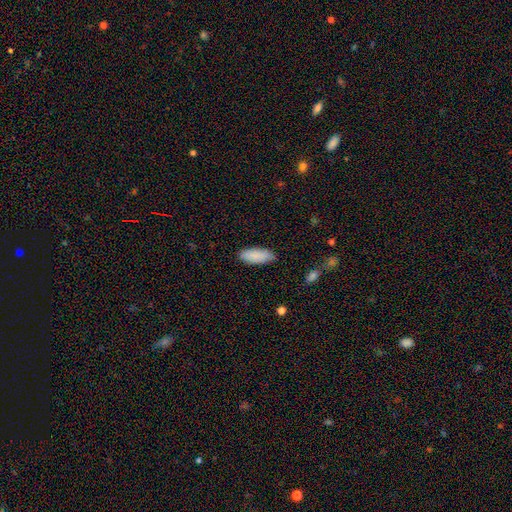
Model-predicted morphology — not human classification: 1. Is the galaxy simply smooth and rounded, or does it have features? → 88% smooth, 6% featured or disk, 6% star or artifact.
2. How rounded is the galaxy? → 76% in between, 22% cigar-shaped, 2% round.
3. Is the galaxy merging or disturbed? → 85% none, 12% minor disturbance, 2% major disturbance, 1% merger.